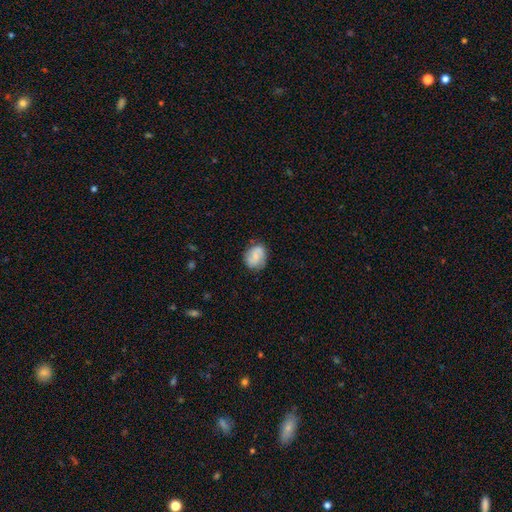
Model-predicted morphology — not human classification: Smooth or featured? Predicted: smooth (p=0.61). How rounded? Predicted: round (p=0.53). Merging? Predicted: none (p=0.74).